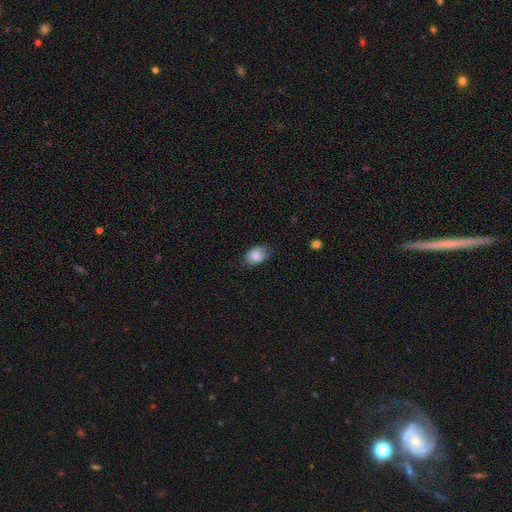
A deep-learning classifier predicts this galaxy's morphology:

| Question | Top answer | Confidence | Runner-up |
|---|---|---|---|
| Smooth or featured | smooth | 83% | featured or disk (9%) |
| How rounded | in between | 80% | round (19%) |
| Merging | none | 68% | minor disturbance (26%) |